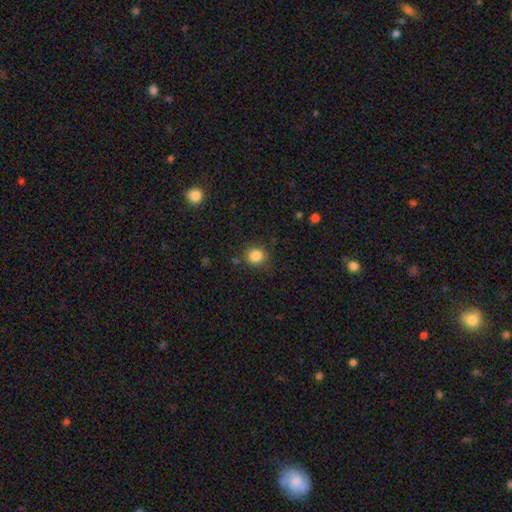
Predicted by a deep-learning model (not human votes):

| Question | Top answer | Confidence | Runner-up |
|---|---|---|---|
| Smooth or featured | smooth | 85% | star or artifact (11%) |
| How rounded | round | 84% | in between (15%) |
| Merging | none | 84% | minor disturbance (11%) |